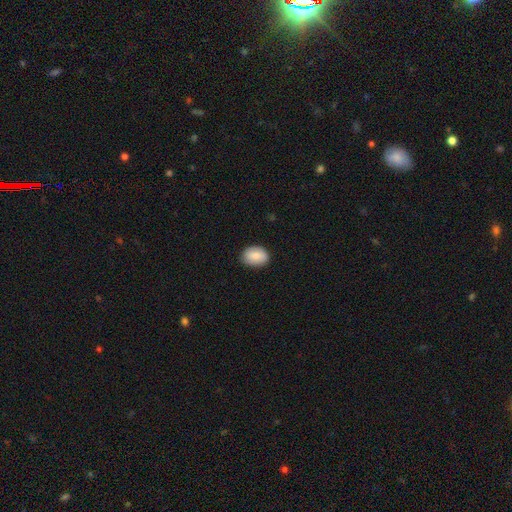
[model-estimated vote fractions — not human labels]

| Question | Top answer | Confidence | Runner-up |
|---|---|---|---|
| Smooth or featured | smooth | 86% | featured or disk (8%) |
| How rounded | in between | 76% | round (23%) |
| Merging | none | 84% | minor disturbance (12%) |